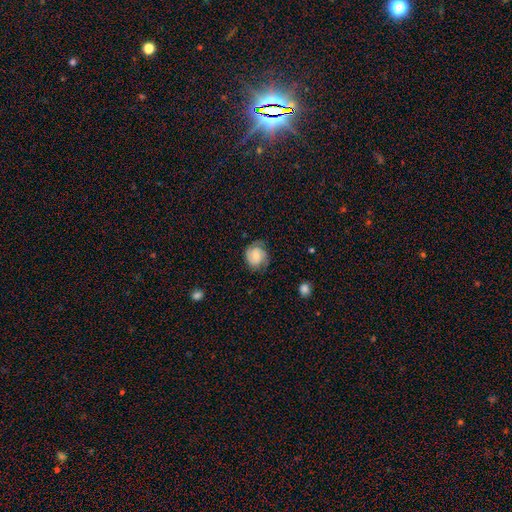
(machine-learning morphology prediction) Smooth or featured? featured or disk (64%)
Edge-on disk? no (98%)
Bar? no (62%)
Spiral arms? yes (93%)
Spiral winding? tight (55%)
Spiral arm count? 2 (63%)
Bulge size? small (52%)
Merging? none (68%)